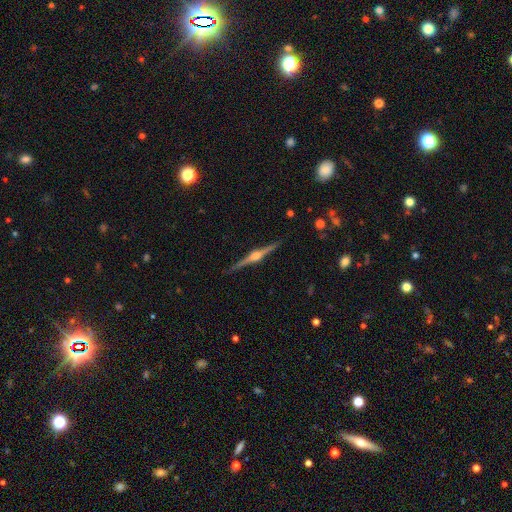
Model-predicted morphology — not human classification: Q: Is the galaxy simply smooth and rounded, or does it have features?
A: featured or disk — 87%.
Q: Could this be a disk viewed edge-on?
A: yes — 99%.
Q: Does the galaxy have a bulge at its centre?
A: rounded — 93%.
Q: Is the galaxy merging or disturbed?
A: none — 90%.